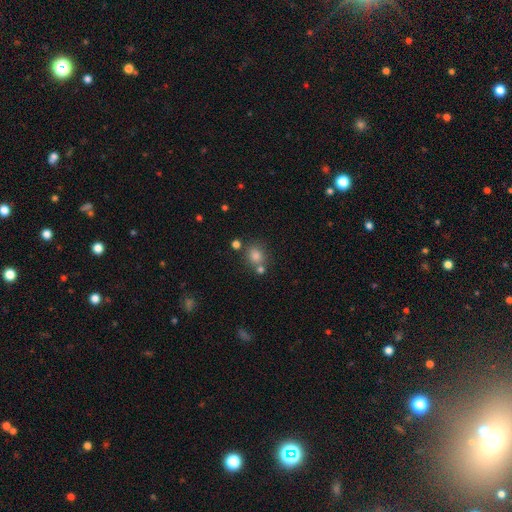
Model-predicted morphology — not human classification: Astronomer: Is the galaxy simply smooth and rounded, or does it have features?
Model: smooth — 79%.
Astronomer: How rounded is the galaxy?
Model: round — 74%.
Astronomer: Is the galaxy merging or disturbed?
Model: none — 68%.